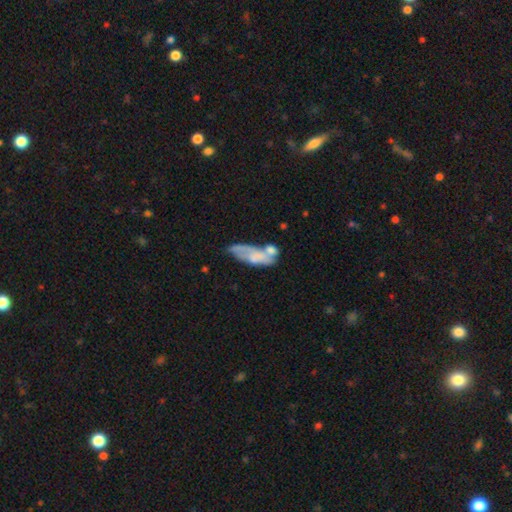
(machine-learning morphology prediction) Smooth or featured: smooth — 49% (featured or disk — 43%)
Merging: merger — 35% (none — 26%)